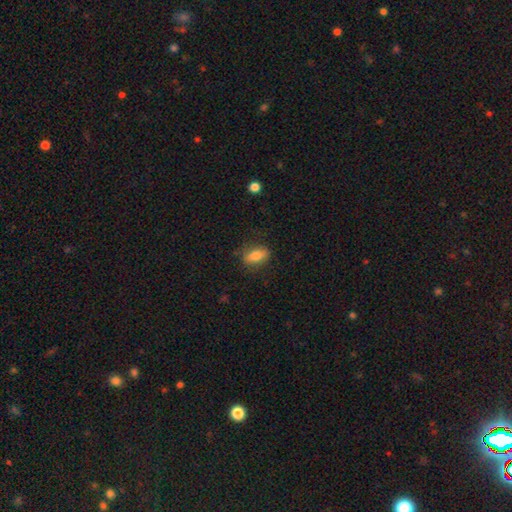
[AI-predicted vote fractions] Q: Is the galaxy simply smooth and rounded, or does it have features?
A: smooth — 77%.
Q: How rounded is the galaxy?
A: in between — 79%.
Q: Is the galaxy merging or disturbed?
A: none — 80%.